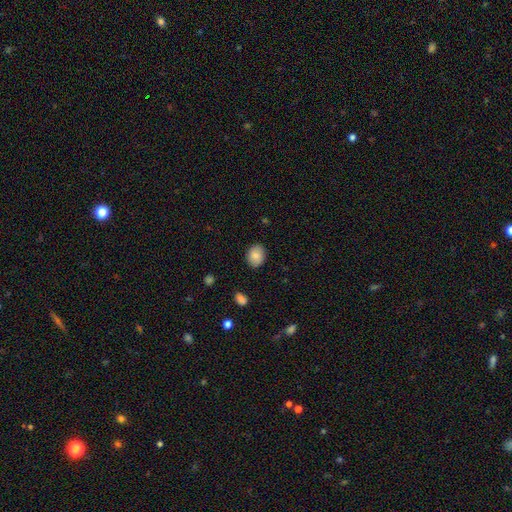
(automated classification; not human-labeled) smooth 84%, featured or disk 9%, star or artifact 8%. Down the decision tree: how rounded — in between (60%); merging — none (87%).